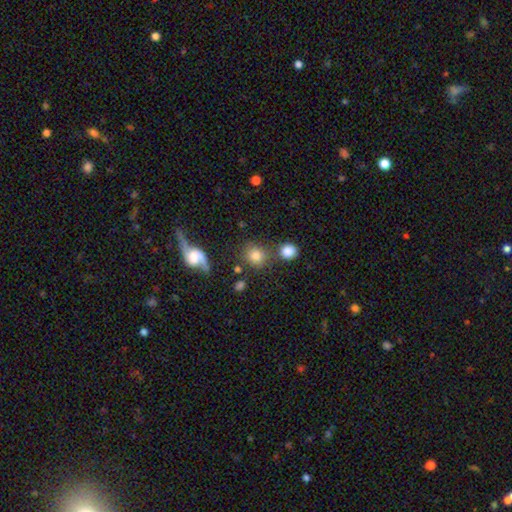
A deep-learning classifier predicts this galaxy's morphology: type=smooth (76%); roundness=round (83%); merging=none (65%).